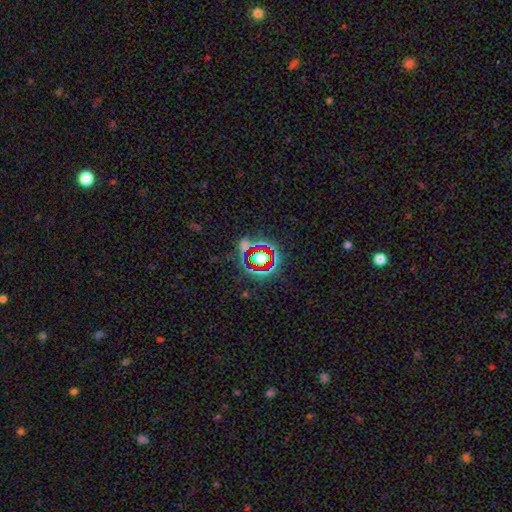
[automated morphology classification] smooth-or-featured: star or artifact: 75% | smooth: 14% | featured or disk: 12%